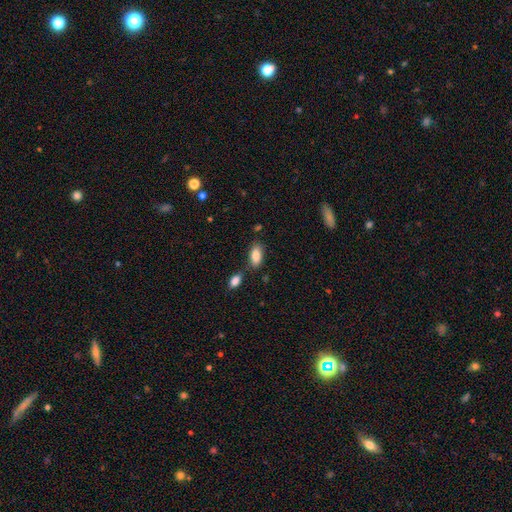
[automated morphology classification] The model was most divided on "merging": none: 73%, minor disturbance: 15%, merger: 9%, major disturbance: 3%. More confident: how rounded — in between (90%); smooth or featured — smooth (86%).